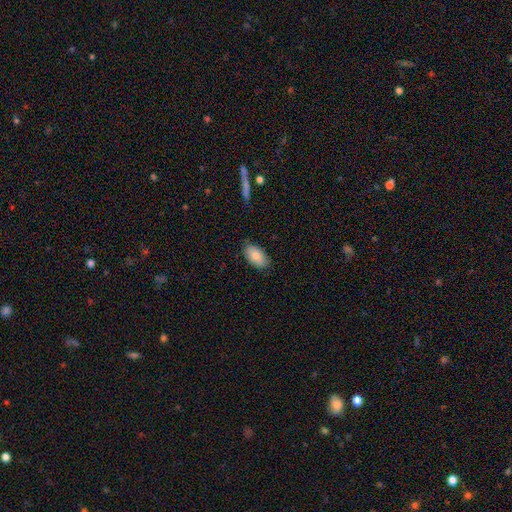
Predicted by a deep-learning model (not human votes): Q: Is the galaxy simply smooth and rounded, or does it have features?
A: smooth — 82%.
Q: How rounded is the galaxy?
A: in between — 94%.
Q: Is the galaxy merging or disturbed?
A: none — 83%.